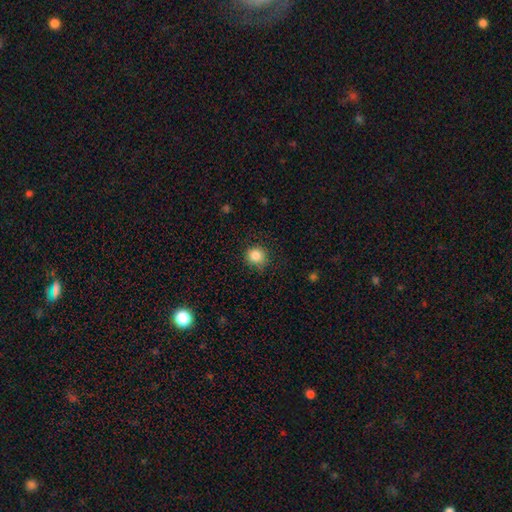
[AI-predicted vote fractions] Q: Smooth or featured?
A: smooth (85%); runner-up: star or artifact (11%)
Q: How rounded?
A: round (92%); runner-up: in between (8%)
Q: Merging?
A: none (83%); runner-up: minor disturbance (13%)